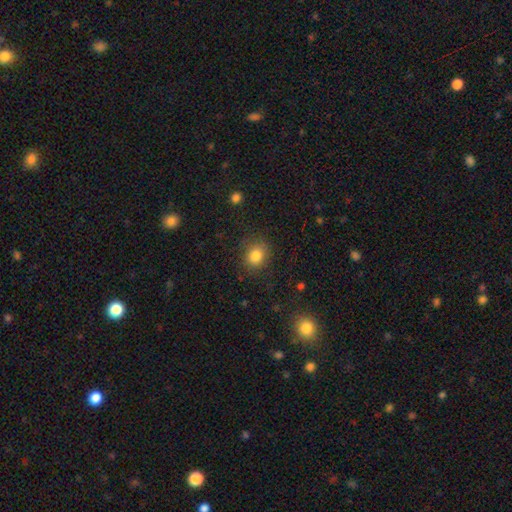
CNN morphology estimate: Overall: smooth (83%). How rounded: round (64%; in between 35%). Merging: none (83%).